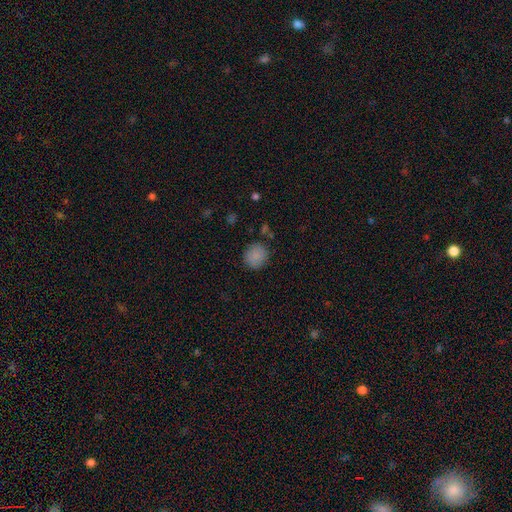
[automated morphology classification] Smooth or featured?
  - smooth: 87% *
  - star or artifact: 9%
  - featured or disk: 4%
How rounded?
  - round: 86% *
  - in between: 13%
  - cigar-shaped: 1%
Merging?
  - none: 85% *
  - minor disturbance: 10%
  - major disturbance: 3%
  - merger: 3%